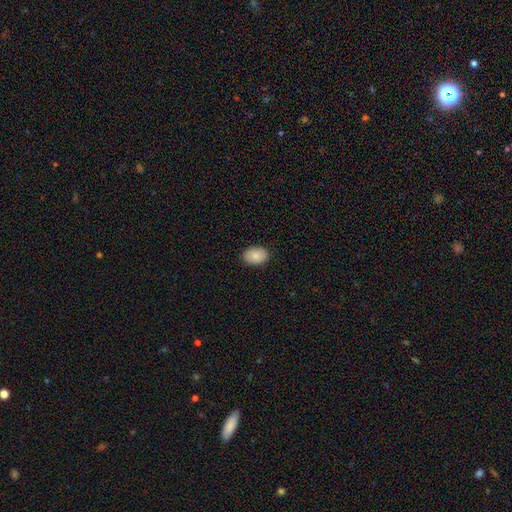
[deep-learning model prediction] Smooth or featured? smooth (85%)
How rounded? in between (82%)
Merging? none (88%)